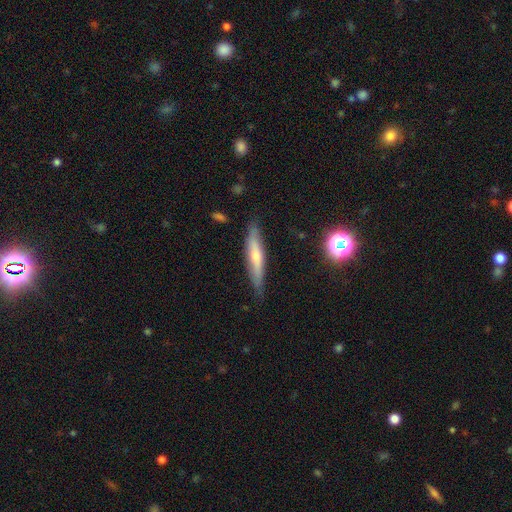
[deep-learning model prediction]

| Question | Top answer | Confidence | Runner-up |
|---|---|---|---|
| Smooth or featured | featured or disk | 49% | smooth (44%) |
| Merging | none | 83% | minor disturbance (14%) |